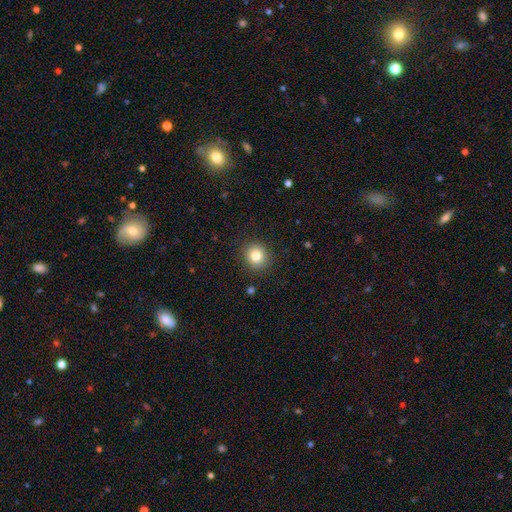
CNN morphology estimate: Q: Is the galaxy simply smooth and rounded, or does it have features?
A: smooth — 82%.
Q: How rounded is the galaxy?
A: round — 88%.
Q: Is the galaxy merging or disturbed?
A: none — 90%.